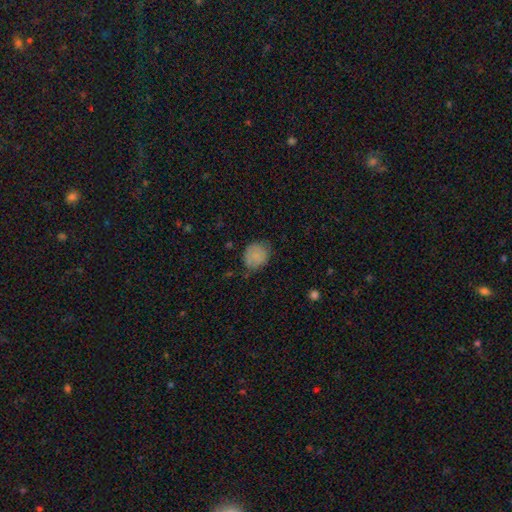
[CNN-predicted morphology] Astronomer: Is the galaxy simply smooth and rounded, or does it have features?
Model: smooth — 82%.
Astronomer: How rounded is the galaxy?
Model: round — 72%.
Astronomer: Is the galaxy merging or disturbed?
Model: none — 64%.